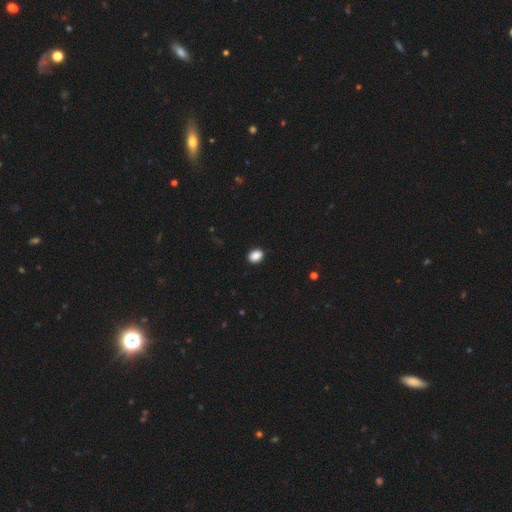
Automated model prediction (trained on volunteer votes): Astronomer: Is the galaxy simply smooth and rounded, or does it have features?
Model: smooth — 89%.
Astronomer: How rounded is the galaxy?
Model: in between — 66%.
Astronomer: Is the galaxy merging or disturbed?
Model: none — 89%.